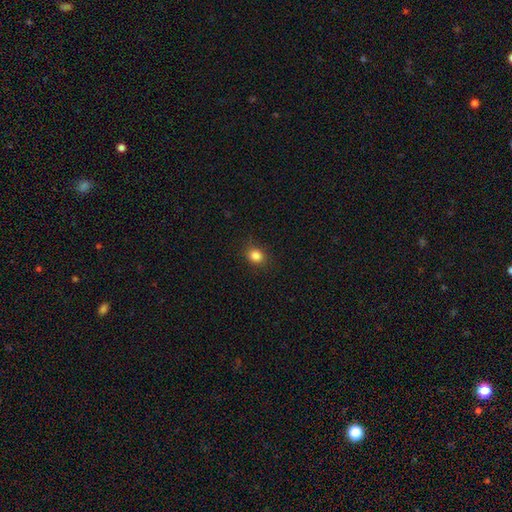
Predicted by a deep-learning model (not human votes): This appears to be a smooth galaxy with no disk features (85%) that is round (66%). Merging: none (87%).